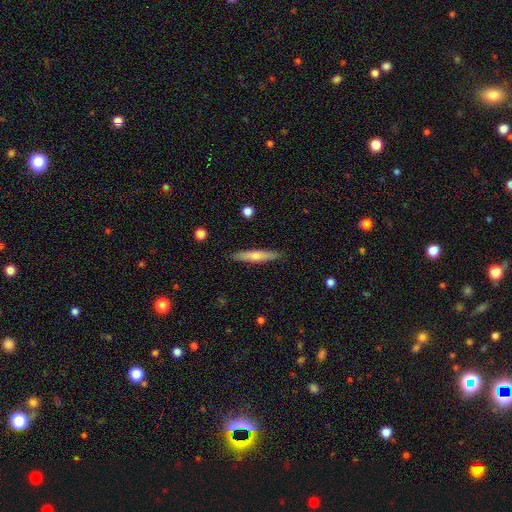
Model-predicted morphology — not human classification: Smooth or featured? smooth (59%)
How rounded? cigar-shaped (92%)
Merging? none (90%)